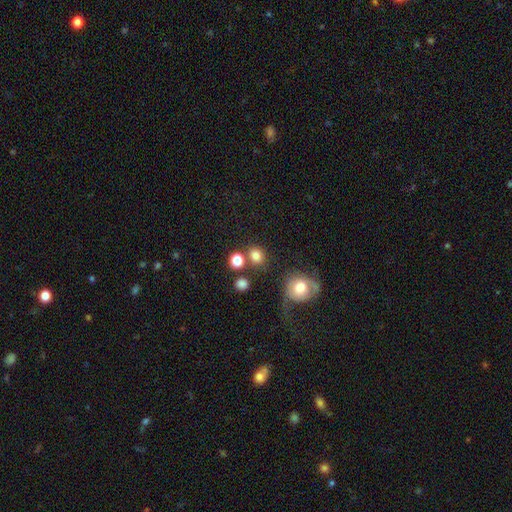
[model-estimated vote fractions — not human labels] Smooth or featured?
  - smooth: 80% *
  - star or artifact: 13%
  - featured or disk: 7%
How rounded?
  - round: 75% *
  - in between: 24%
  - cigar-shaped: 1%
Merging?
  - none: 71% *
  - merger: 15%
  - minor disturbance: 10%
  - major disturbance: 5%